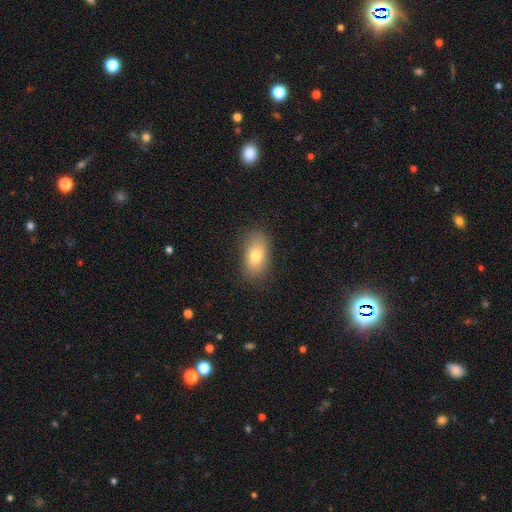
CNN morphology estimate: Q: Smooth or featured?
A: smooth (75%); runner-up: featured or disk (15%)
Q: How rounded?
A: in between (89%); runner-up: round (8%)
Q: Merging?
A: none (82%); runner-up: minor disturbance (13%)